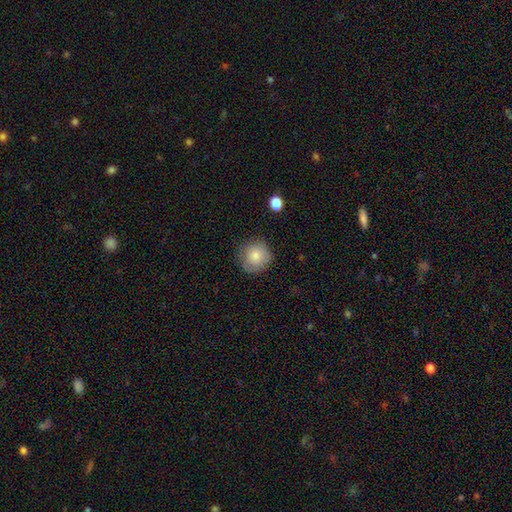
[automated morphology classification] The model was most divided on "merging": none: 79%, minor disturbance: 15%, major disturbance: 4%, merger: 1%. More confident: how rounded — round (92%); smooth or featured — smooth (83%).